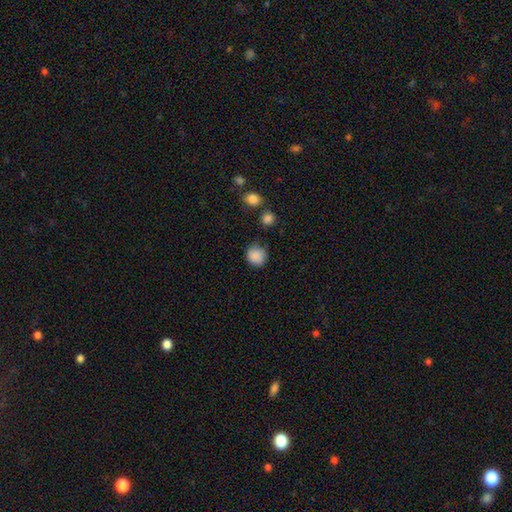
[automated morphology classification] smooth_or_featured: smooth (p=0.87) [alt: star or artifact p=0.09]
how_rounded: round (p=0.89) [alt: in between p=0.10]
merging: none (p=0.78) [alt: minor disturbance p=0.16]